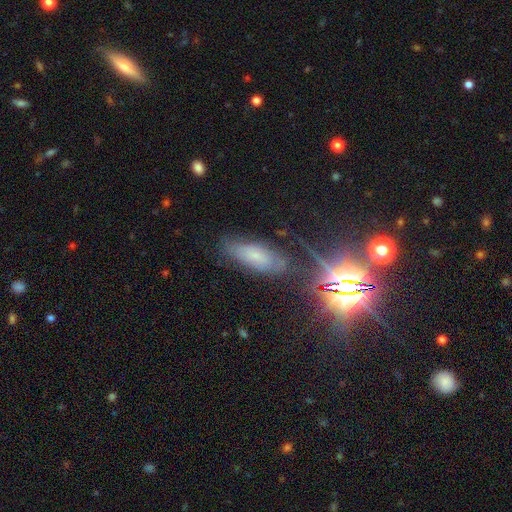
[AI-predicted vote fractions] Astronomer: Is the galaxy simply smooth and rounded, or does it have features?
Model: star or artifact — 39% (runner-up: smooth, 34%).